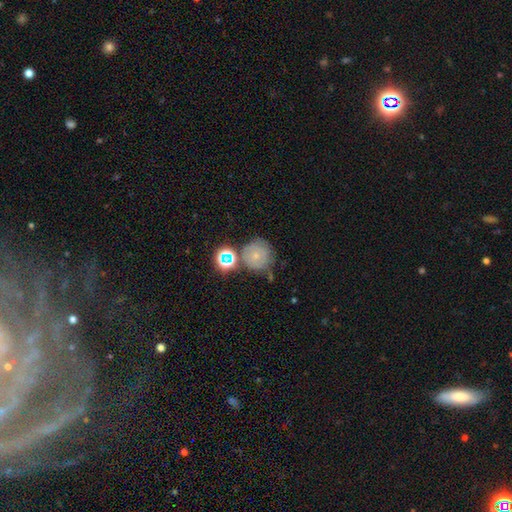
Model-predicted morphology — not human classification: Smooth or featured? Predicted: smooth (p=0.56). How rounded? Predicted: round (p=0.89). Merging? Predicted: none (p=0.59).